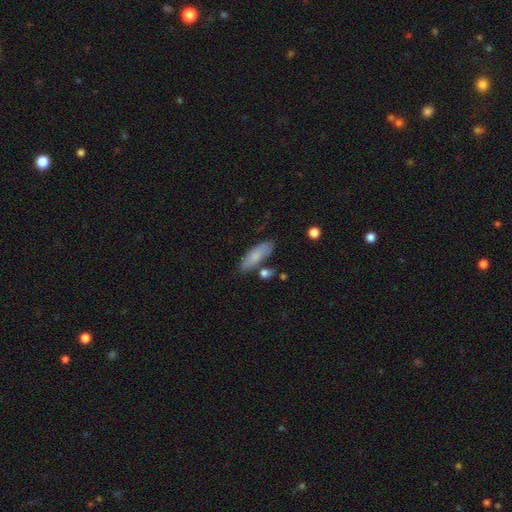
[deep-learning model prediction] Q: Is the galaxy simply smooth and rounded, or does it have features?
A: smooth — 80%.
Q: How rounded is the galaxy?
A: in between — 62%.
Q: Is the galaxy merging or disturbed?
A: none — 72%.